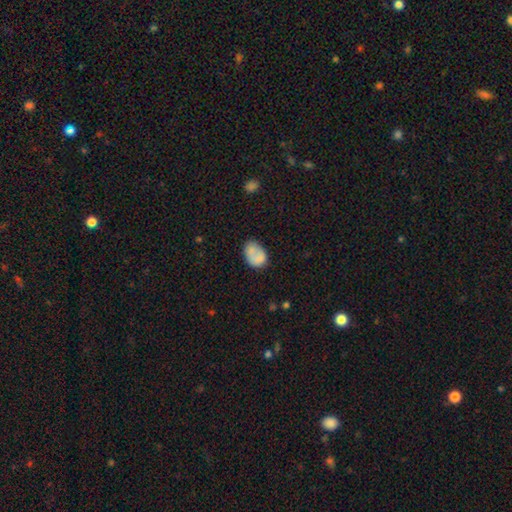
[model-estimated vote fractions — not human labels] Smooth or featured? smooth (76%)
How rounded? in between (76%)
Merging? none (50%)